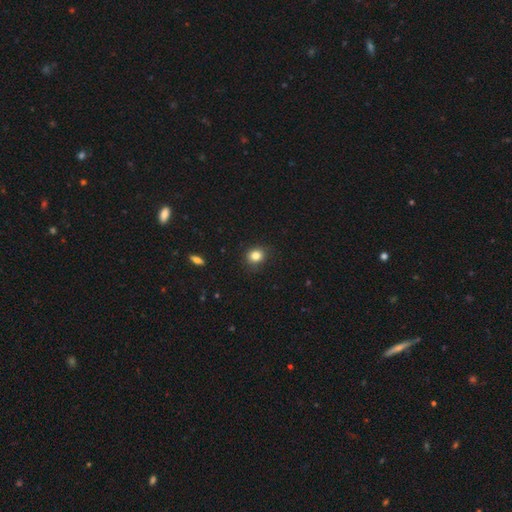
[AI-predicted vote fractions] Smooth or featured?
  - smooth: 83% *
  - star or artifact: 12%
  - featured or disk: 5%
How rounded?
  - round: 72% *
  - in between: 27%
  - cigar-shaped: 1%
Merging?
  - none: 86% *
  - minor disturbance: 10%
  - major disturbance: 2%
  - merger: 1%